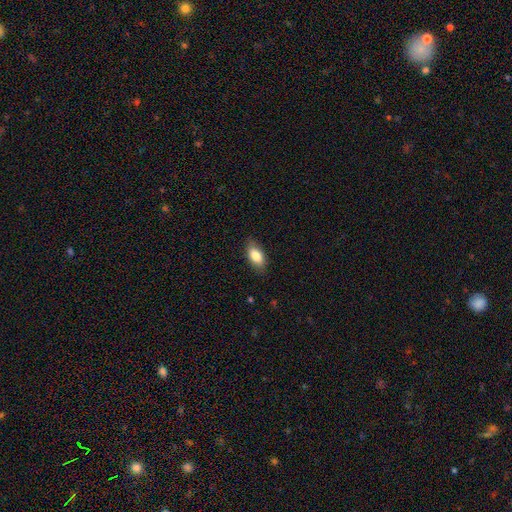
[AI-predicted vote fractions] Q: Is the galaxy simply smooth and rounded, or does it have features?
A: smooth — 82%.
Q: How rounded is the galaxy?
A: in between — 90%.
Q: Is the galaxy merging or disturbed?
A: none — 83%.